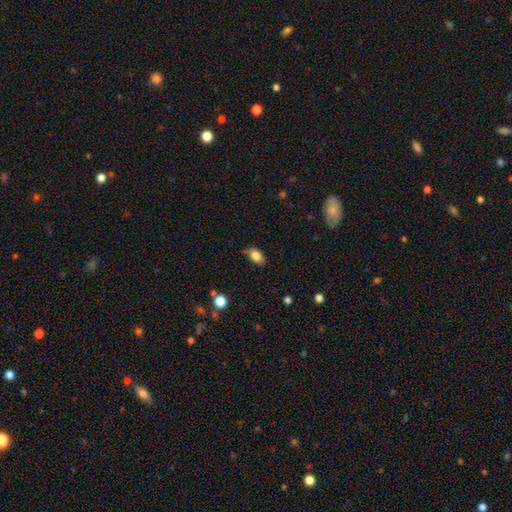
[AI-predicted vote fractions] Smooth or featured: smooth — 84% (star or artifact — 9%)
How rounded: in between — 87% (round — 11%)
Merging: none — 80% (minor disturbance — 16%)